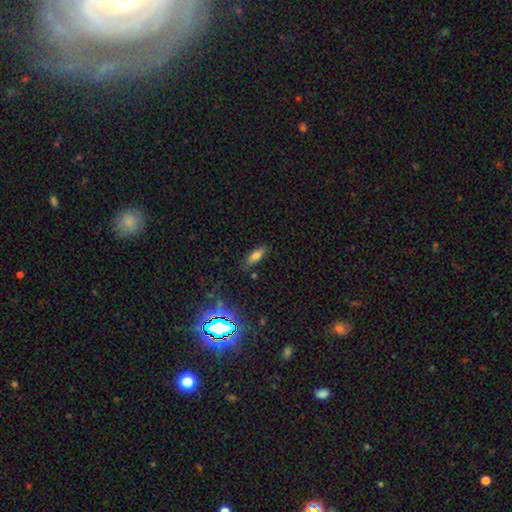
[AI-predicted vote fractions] Smooth or featured: smooth — 75% (star or artifact — 14%)
How rounded: in between — 71% (cigar-shaped — 26%)
Merging: none — 81% (minor disturbance — 13%)